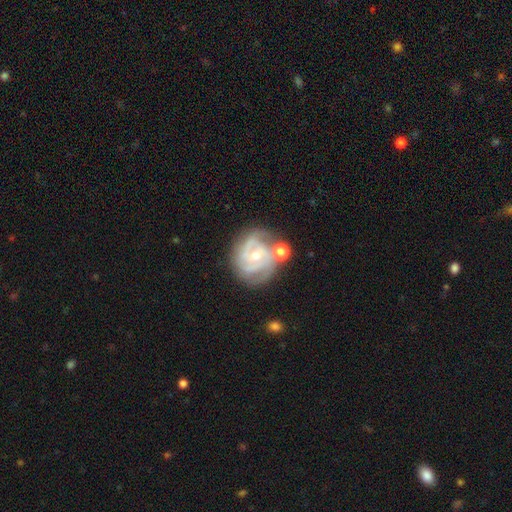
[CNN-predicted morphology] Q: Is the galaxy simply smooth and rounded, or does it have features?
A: featured or disk — 84%.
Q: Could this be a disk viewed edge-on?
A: no — 98%.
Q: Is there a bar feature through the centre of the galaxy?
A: no — 57%.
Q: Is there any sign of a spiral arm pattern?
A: yes — 96%.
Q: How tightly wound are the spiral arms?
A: tight — 58%.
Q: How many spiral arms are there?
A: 3 — 44%.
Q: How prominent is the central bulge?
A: small — 51%.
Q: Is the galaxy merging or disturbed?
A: none — 61%.